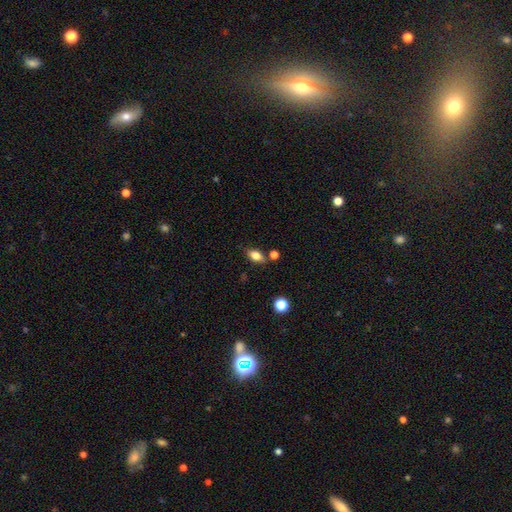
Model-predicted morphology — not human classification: Q: Smooth or featured?
A: smooth (79%); runner-up: featured or disk (11%)
Q: How rounded?
A: in between (84%); runner-up: round (11%)
Q: Merging?
A: none (76%); runner-up: minor disturbance (13%)